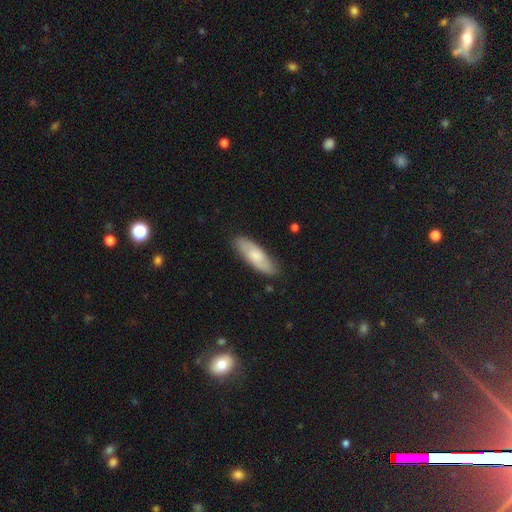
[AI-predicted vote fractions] Smooth or featured: smooth — 67% (featured or disk — 28%)
How rounded: in between — 54% (cigar-shaped — 44%)
Merging: none — 84% (minor disturbance — 13%)